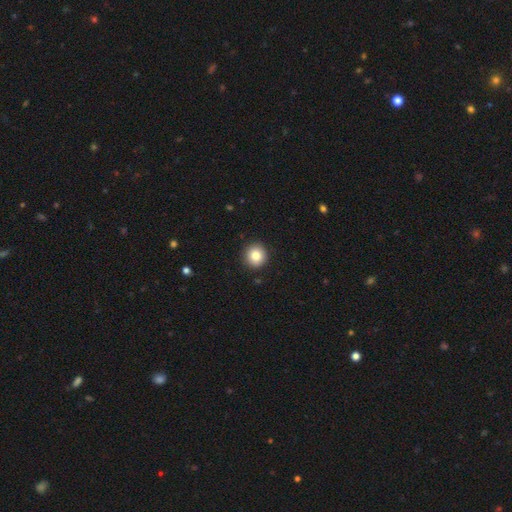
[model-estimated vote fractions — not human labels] This appears to be a smooth galaxy with no disk features (83%) that is round (92%). Merging: none (92%).